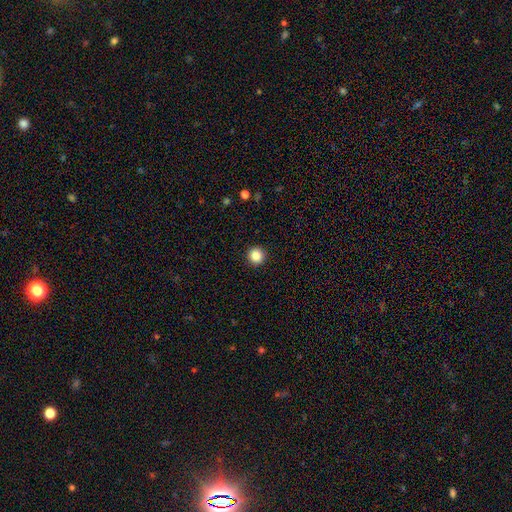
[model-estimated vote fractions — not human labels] A smooth galaxy with no disk features (86%) that is round (96%).

Vote fractions:
- Smooth or featured? smooth: 86% / star or artifact: 10% / featured or disk: 4%
- How rounded? round: 96% / in between: 3% / cigar-shaped: 1%
- Merging? none: 93% / minor disturbance: 4% / major disturbance: 2% / merger: 1%